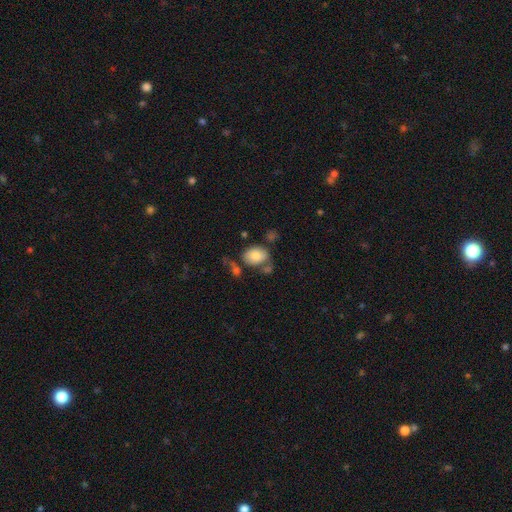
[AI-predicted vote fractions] Smooth or featured? Predicted: smooth (p=0.80). How rounded? Predicted: in between (p=0.68). Merging? Predicted: none (p=0.57).